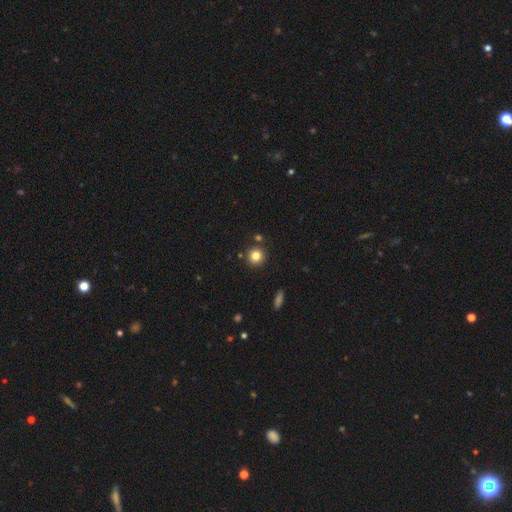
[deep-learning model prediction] Q: Smooth or featured?
A: smooth (81%); runner-up: star or artifact (12%)
Q: How rounded?
A: round (92%); runner-up: in between (7%)
Q: Merging?
A: none (86%); runner-up: minor disturbance (7%)